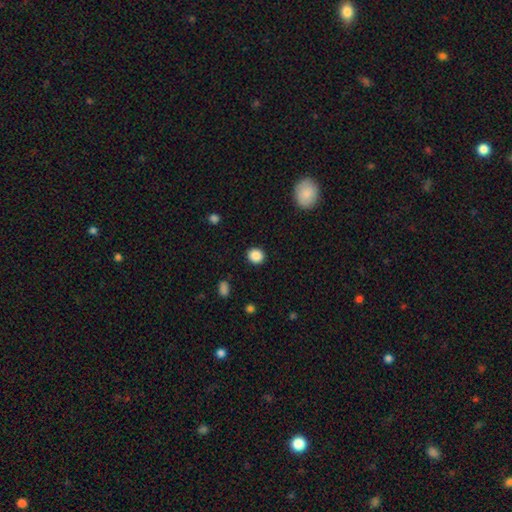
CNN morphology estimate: The model was most divided on "how rounded": round: 83%, in between: 16%, cigar-shaped: 1%. More confident: merging — none (91%); smooth or featured — smooth (88%).